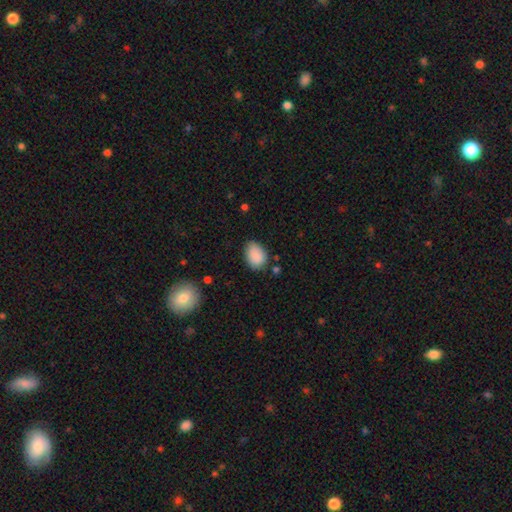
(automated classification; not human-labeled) A smooth galaxy with no disk features (88%) that is in between round and cigar-shaped (78%). Merging: none (73%).